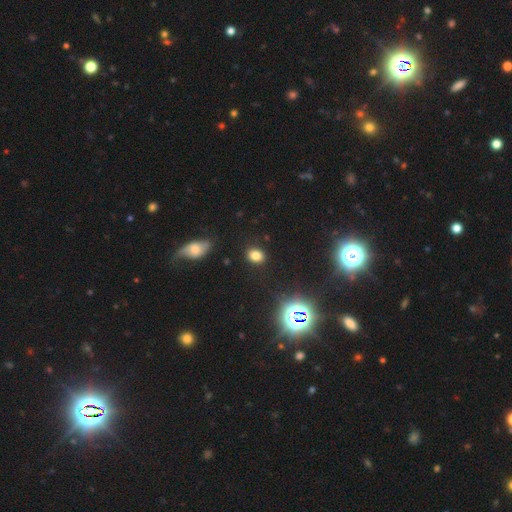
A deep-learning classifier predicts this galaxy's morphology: Q: Smooth or featured?
A: smooth (77%); runner-up: star or artifact (16%)
Q: How rounded?
A: in between (55%); runner-up: round (44%)
Q: Merging?
A: none (86%); runner-up: minor disturbance (10%)